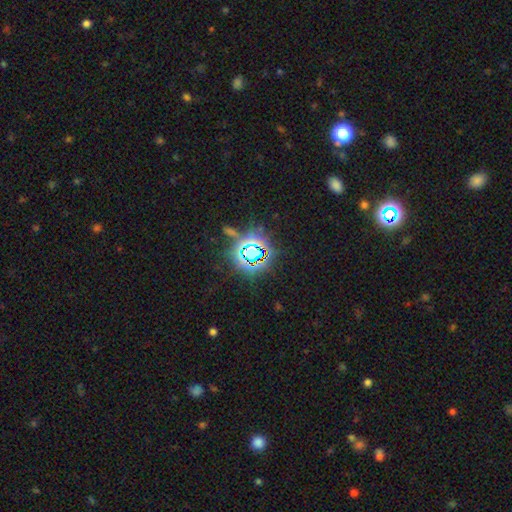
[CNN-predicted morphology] This appears to be a star or artifact, not a galaxy (78%).